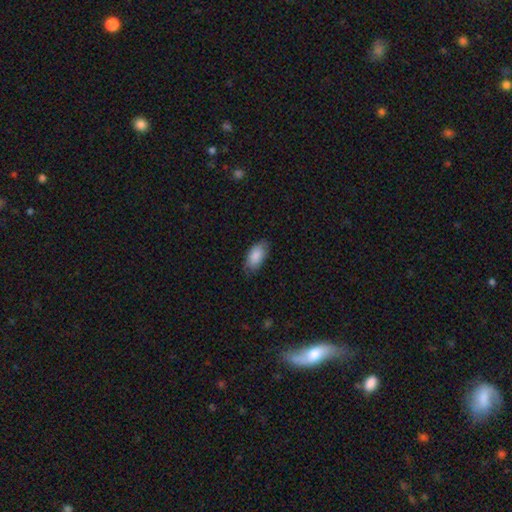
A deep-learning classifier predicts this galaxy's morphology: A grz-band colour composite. It shows a smooth galaxy with no disk features (88%) that is in between round and cigar-shaped (93%). Merging: none (78%).